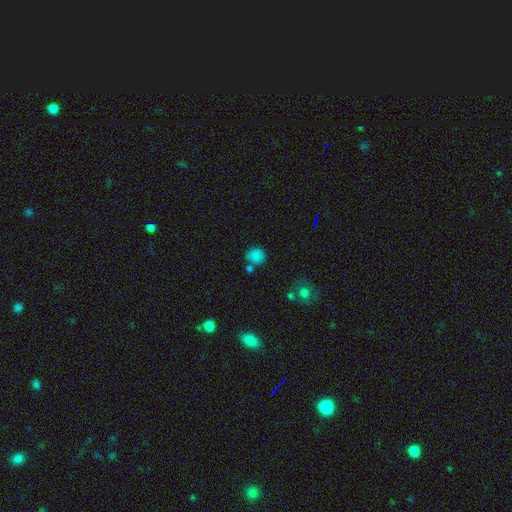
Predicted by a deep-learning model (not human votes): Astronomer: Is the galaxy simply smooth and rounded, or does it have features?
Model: smooth — 81%.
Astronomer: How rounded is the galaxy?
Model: round — 81%.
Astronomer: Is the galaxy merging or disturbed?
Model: none — 66%.